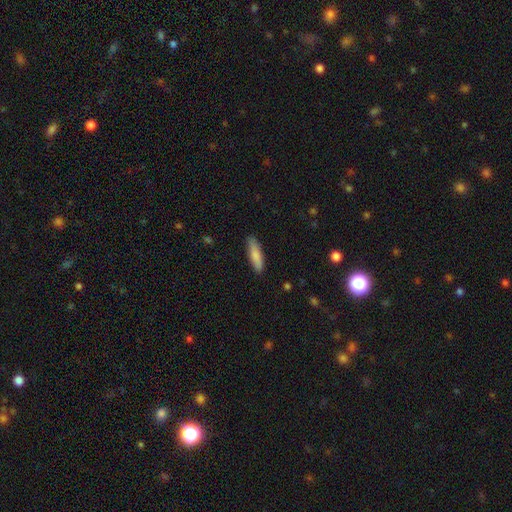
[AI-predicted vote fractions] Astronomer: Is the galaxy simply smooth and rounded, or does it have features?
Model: smooth — 84%.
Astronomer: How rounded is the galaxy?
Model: cigar-shaped — 65%.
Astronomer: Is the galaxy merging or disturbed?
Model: none — 87%.